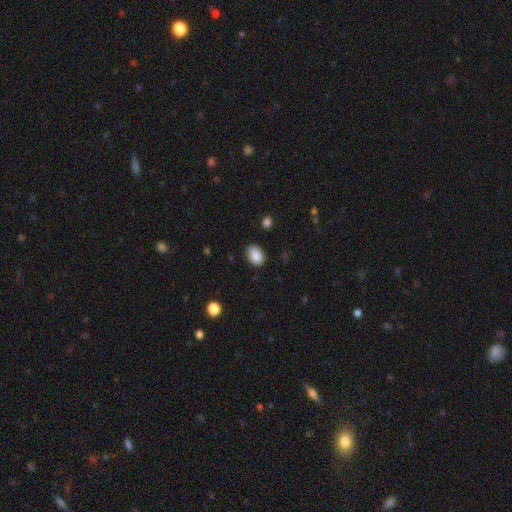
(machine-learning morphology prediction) This appears to be a smooth galaxy with no disk features (88%) that is in between round and cigar-shaped (76%). Merging: none (84%).